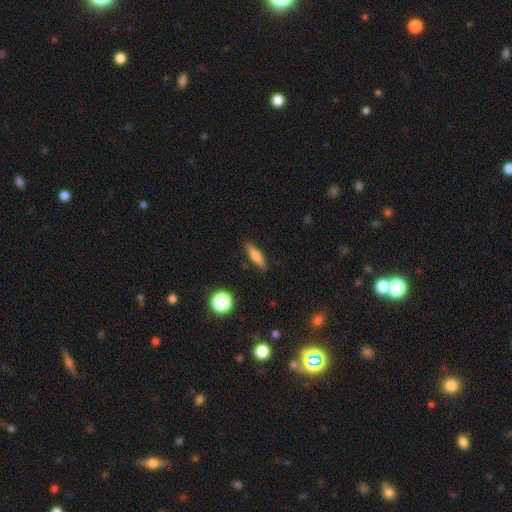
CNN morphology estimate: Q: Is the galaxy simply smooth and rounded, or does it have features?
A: smooth — 61%.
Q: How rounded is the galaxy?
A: cigar-shaped — 71%.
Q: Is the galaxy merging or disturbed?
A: none — 88%.